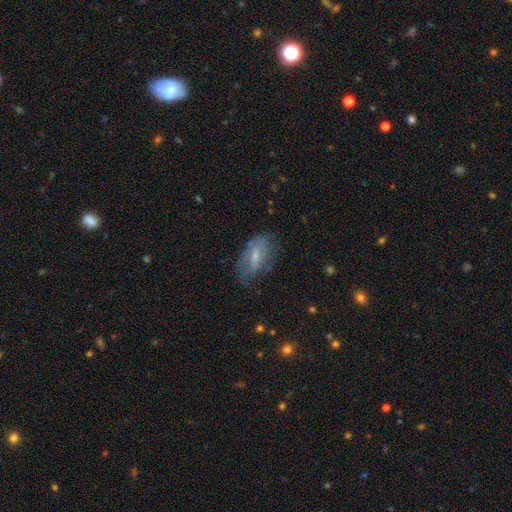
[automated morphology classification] type=smooth (46%); merging=none (56%).